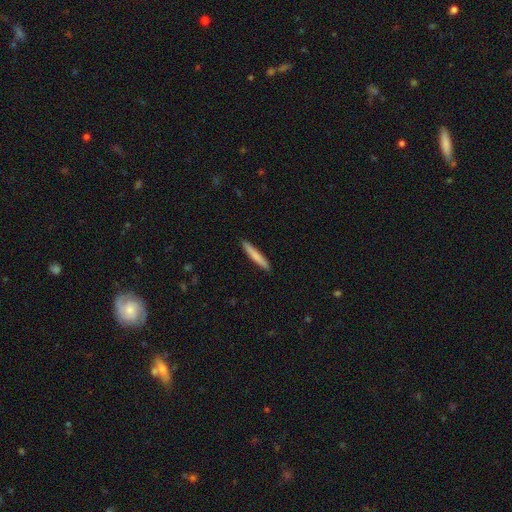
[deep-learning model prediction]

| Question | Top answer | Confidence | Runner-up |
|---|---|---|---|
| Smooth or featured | smooth | 78% | featured or disk (17%) |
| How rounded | cigar-shaped | 95% | in between (4%) |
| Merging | none | 91% | minor disturbance (6%) |